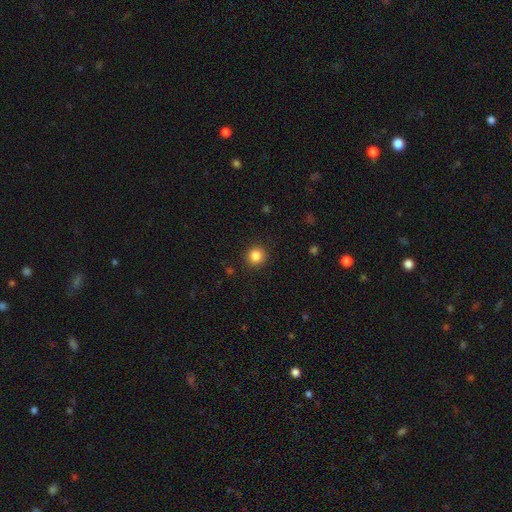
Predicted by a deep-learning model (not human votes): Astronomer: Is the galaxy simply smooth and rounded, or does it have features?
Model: smooth — 85%.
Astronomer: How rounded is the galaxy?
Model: round — 93%.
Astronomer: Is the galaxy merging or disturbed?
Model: none — 91%.